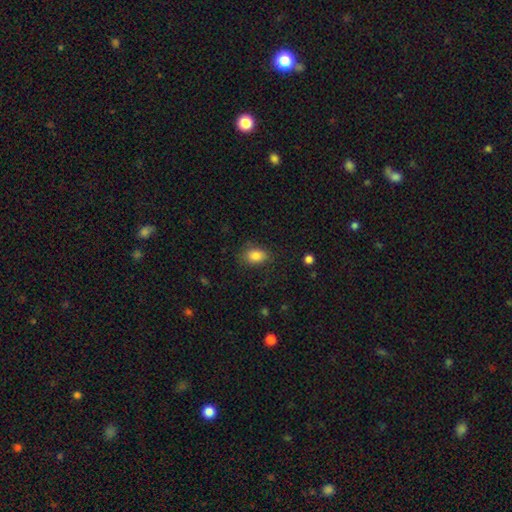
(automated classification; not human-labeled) A smooth galaxy with no disk features (84%) that is in between round and cigar-shaped (80%). Merging: none (77%).